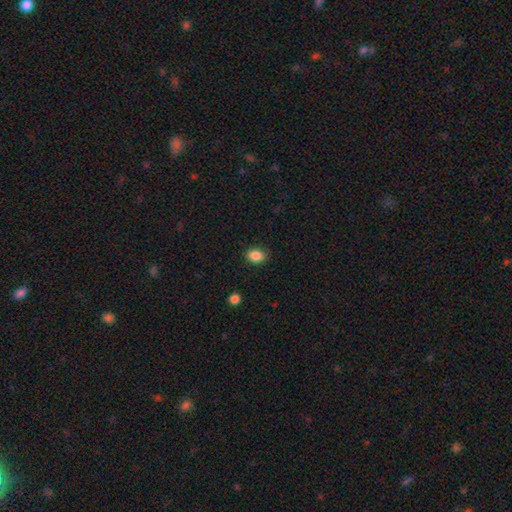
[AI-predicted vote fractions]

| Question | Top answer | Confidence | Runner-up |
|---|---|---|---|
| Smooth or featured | smooth | 87% | star or artifact (9%) |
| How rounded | in between | 61% | round (38%) |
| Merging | none | 86% | minor disturbance (10%) |